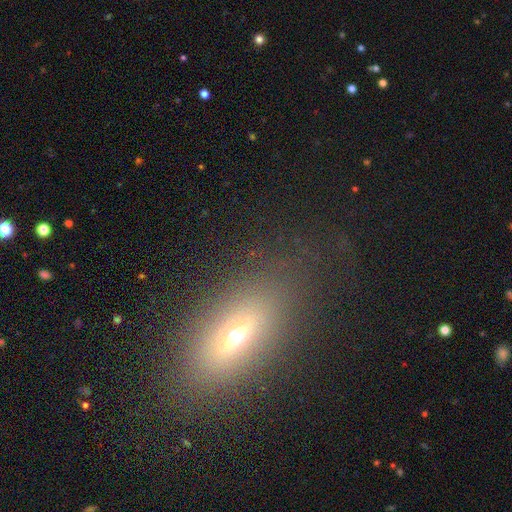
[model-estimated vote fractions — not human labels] smooth_or_featured: smooth (p=0.54) [alt: star or artifact p=0.25]
how_rounded: in between (p=0.70) [alt: cigar-shaped p=0.16]
merging: none (p=0.83) [alt: minor disturbance p=0.10]